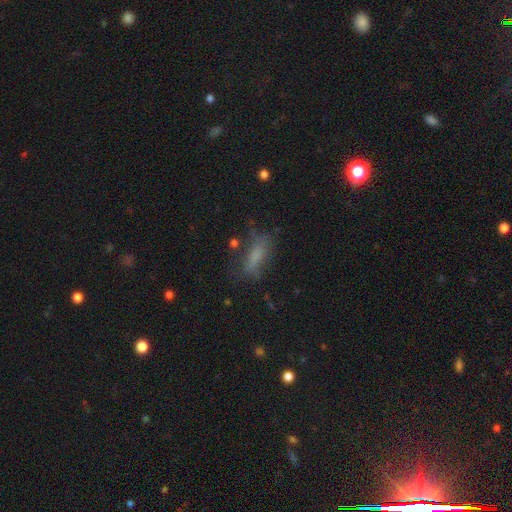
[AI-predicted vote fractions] Overall: smooth (65%). How rounded: in between (54%; cigar-shaped 42%). Merging: none (56%; minor disturbance 24%).